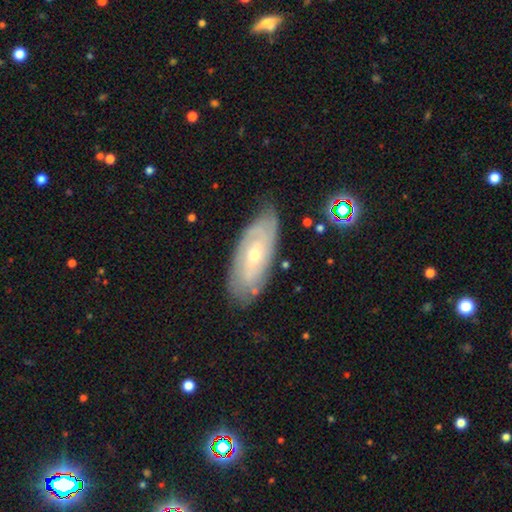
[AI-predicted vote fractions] The model was most divided on "bulge size": small: 59%, moderate: 38%, large: 1%, none: 1%, dominant: 1%. More confident: spiral arms — yes (87%); edge-on disk — no (85%); merging — none (80%); spiral winding — tight (75%); smooth or featured — featured or disk (73%); bar — no (65%); spiral arm count — can't tell (55%).